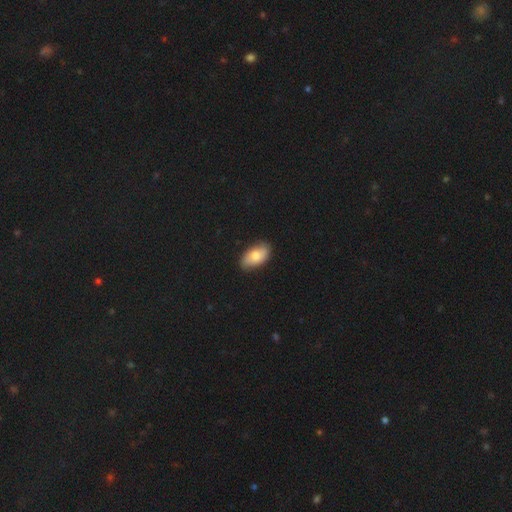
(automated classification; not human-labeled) smooth_or_featured: smooth (p=0.71) [alt: featured or disk p=0.23]
how_rounded: in between (p=0.94) [alt: round p=0.04]
merging: none (p=0.81) [alt: minor disturbance p=0.15]